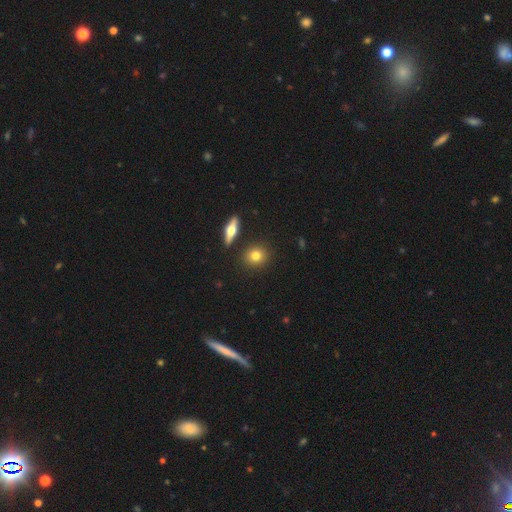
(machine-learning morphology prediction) smooth-or-featured: smooth: 79% | featured or disk: 13% | star or artifact: 9%
  how-rounded: round: 76% | in between: 21% | cigar-shaped: 3%
  merging: none: 87% | minor disturbance: 7% | merger: 4% | major disturbance: 2%